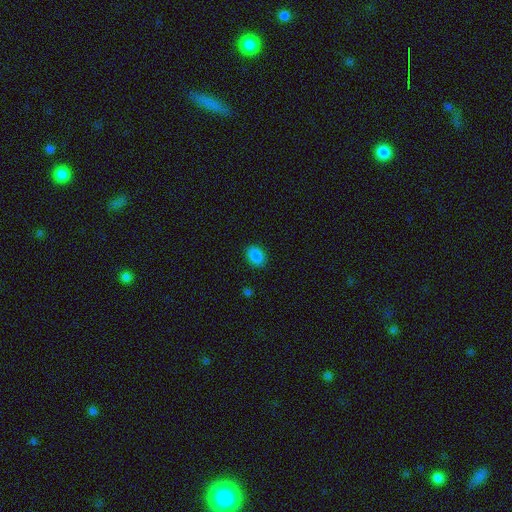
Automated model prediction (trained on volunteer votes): This is clearly a smooth galaxy (88%). How rounded: likely in between (74%). Merging: clearly none (88%).